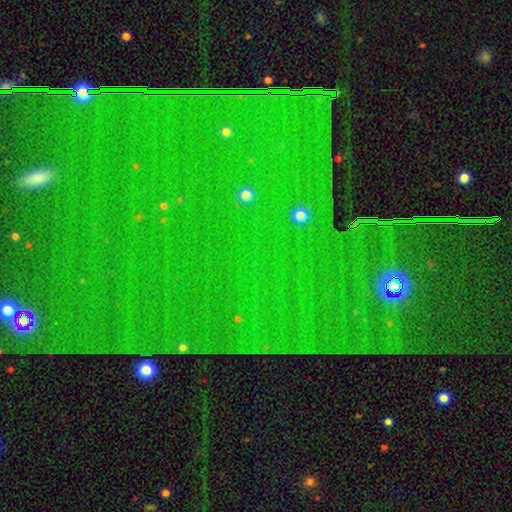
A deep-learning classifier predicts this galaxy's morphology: The model was most divided on "smooth or featured": star or artifact: 86%, smooth: 7%, featured or disk: 7%.